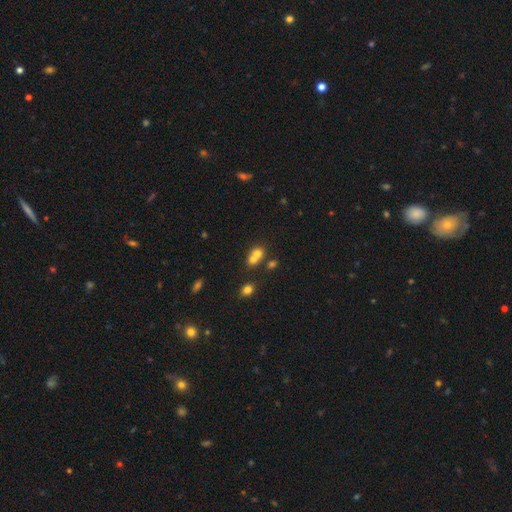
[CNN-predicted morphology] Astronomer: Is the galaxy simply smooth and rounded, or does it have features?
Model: smooth — 68%.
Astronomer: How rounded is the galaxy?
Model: round — 72%.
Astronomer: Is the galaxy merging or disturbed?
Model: merger — 61%.